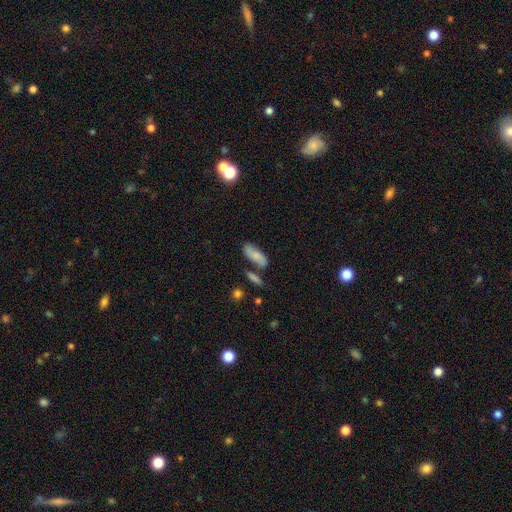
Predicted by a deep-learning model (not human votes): This appears to be a smooth galaxy with no disk features (74%) that is in between round and cigar-shaped (72%). Merging: none (62%).